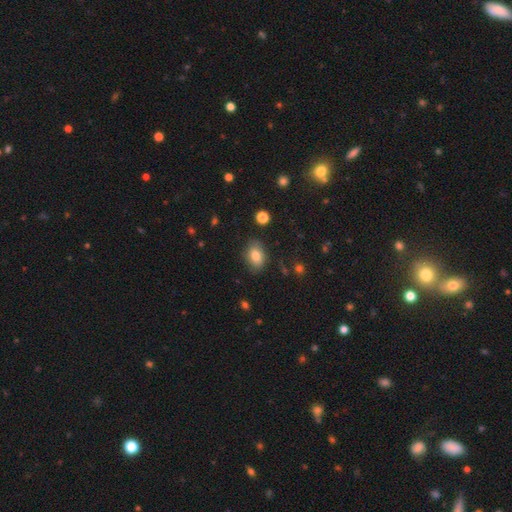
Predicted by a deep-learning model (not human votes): Smooth or featured: smooth — 81% (featured or disk — 10%)
How rounded: in between — 82% (round — 17%)
Merging: none — 81% (minor disturbance — 14%)